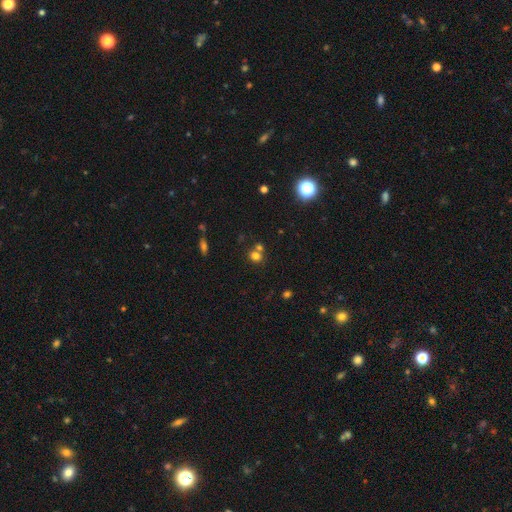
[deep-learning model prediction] A smooth galaxy with no disk features (71%) that is round (77%). Merging: none (54%).